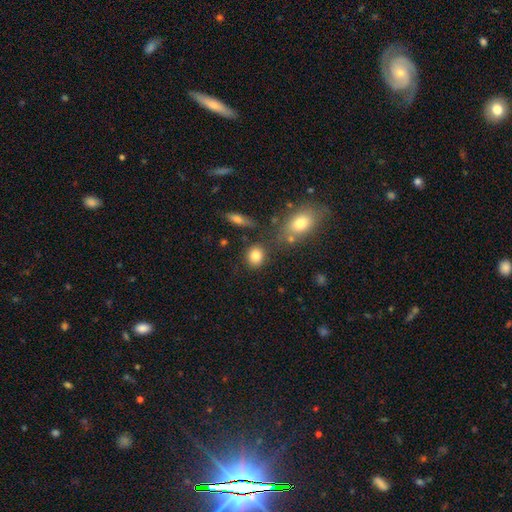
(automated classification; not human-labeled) Morphology: type=smooth (83%); roundness=round (72%); merging=none (78%).